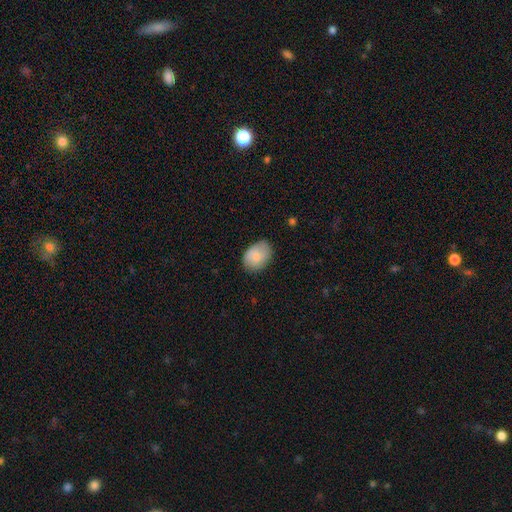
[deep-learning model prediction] smooth 78%, featured or disk 16%, star or artifact 7%. Down the decision tree: how rounded — in between (75%); merging — none (75%).